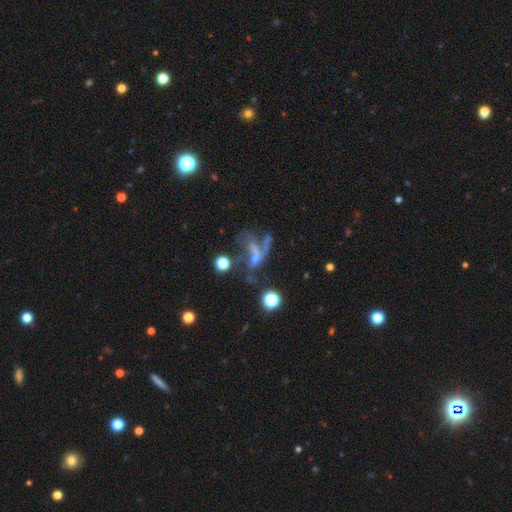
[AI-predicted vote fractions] featured or disk 48%, star or artifact 26%, smooth 26%. Down the decision tree: merging — major disturbance (36%).